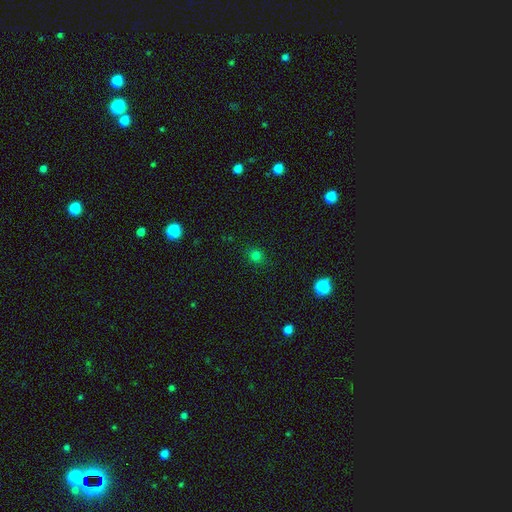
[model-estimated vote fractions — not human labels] This appears to be a smooth galaxy with no disk features (76%) that is round (80%). Merging: none (87%).